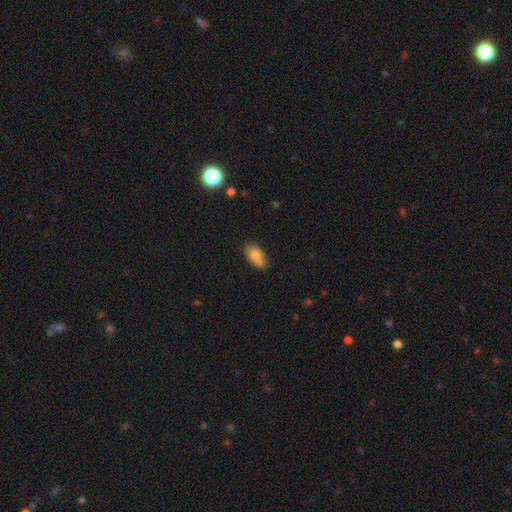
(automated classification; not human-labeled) Overall: smooth (73%). How rounded: in between (87%). Merging: none (52%; merger 27%).